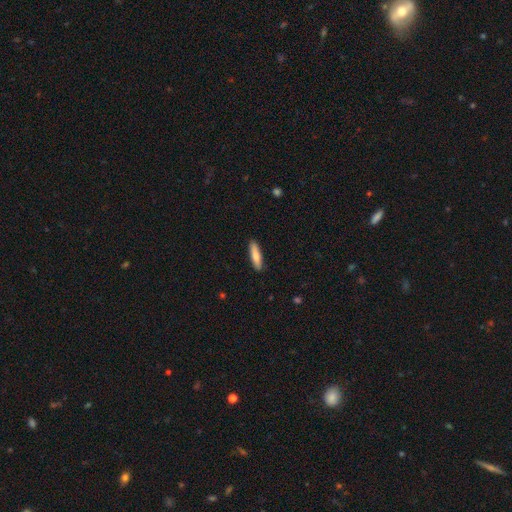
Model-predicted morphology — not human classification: Smooth or featured? Predicted: smooth (p=0.78). How rounded? Predicted: cigar-shaped (p=0.72). Merging? Predicted: none (p=0.89).